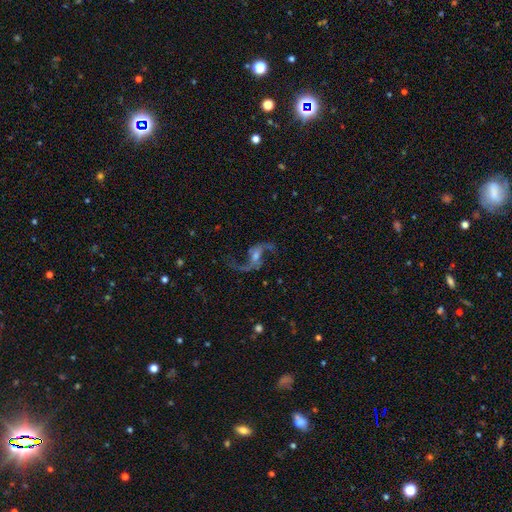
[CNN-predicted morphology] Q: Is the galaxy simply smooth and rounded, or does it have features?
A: featured or disk — 88%.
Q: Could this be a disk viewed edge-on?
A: no — 96%.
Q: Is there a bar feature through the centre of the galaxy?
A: weak — 39%.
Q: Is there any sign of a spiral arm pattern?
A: yes — 96%.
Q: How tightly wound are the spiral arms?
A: loose — 85%.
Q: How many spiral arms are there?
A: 2 — 93%.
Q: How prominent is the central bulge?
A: small — 44%, tied with moderate.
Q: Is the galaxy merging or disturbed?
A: none — 73%.